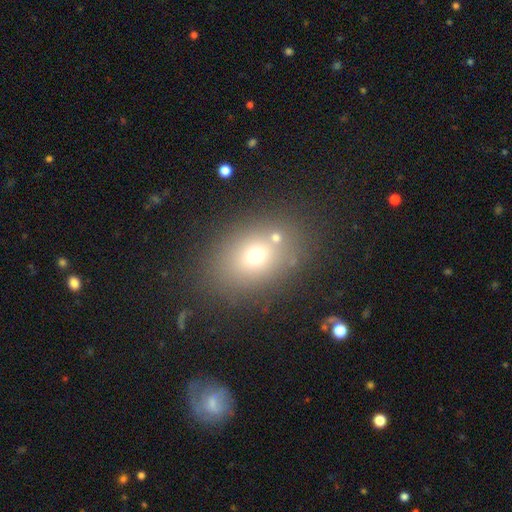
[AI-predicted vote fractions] smooth 67%, star or artifact 18%, featured or disk 15%. Down the decision tree: how rounded — in between (64%); merging — none (75%).